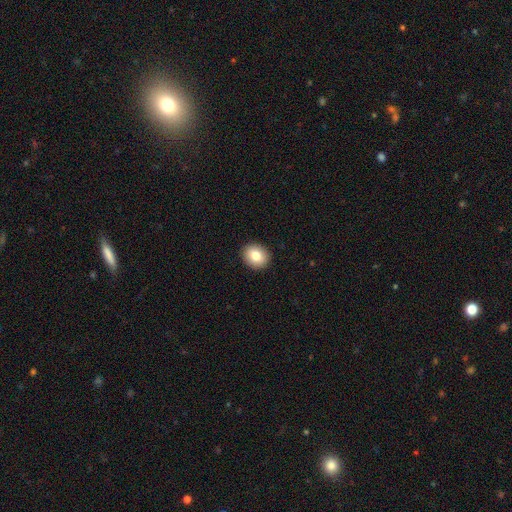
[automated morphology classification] This is clearly a smooth galaxy (81%). How rounded: likely round (70%). Merging: clearly none (92%).